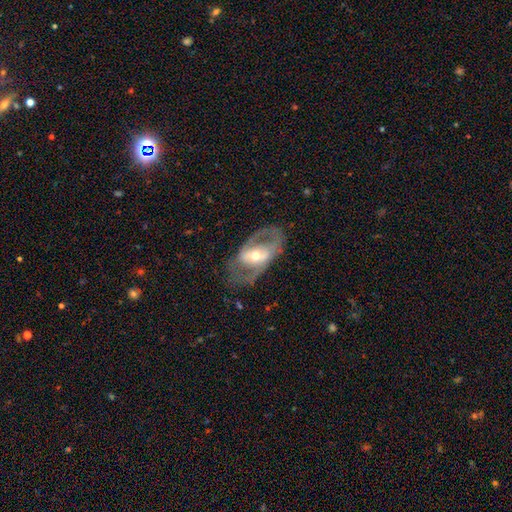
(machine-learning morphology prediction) This is likely a featured or disk galaxy (77%). It is clearly not viewed edge-on (92%). Bar: marginally no (35%). Spiral arm pattern: likely yes (65%). Central bulge: likely moderate (64%). Merging: likely none (66%).